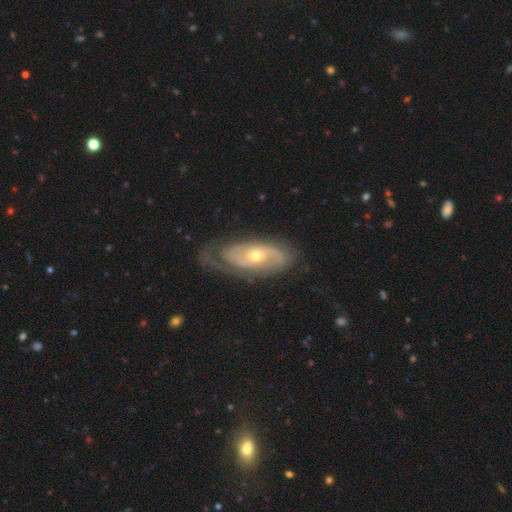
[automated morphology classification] A featured or disk galaxy (84%) with no bar (64%), 2 (66%) tight (47%) spiral arms (93%) and a moderate central bulge (54%).

Vote fractions:
- Smooth or featured? featured or disk: 84% / smooth: 11% / star or artifact: 5%
- Edge-on disk? no: 92% / yes: 8%
- Bar? no: 64% / weak: 27% / strong: 8%
- Spiral arms? yes: 93% / no: 7%
- Spiral winding? tight: 47% / medium: 38% / loose: 15%
- Spiral arm count? 2: 66% / can't tell: 18% / 3: 6% / 1: 6% / 4: 2% / more than 4: 2%
- Bulge size? moderate: 54% / small: 42% / large: 2% / none: 1% / dominant: 1%
- Merging? none: 64% / minor disturbance: 23% / major disturbance: 11% / merger: 2%